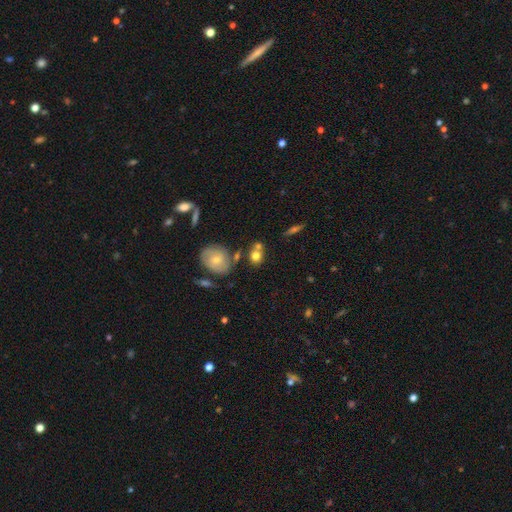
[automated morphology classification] smooth-or-featured: smooth: 74% | featured or disk: 16% | star or artifact: 11%
  how-rounded: round: 64% | in between: 34% | cigar-shaped: 2%
  merging: none: 56% | merger: 26% | minor disturbance: 13% | major disturbance: 5%